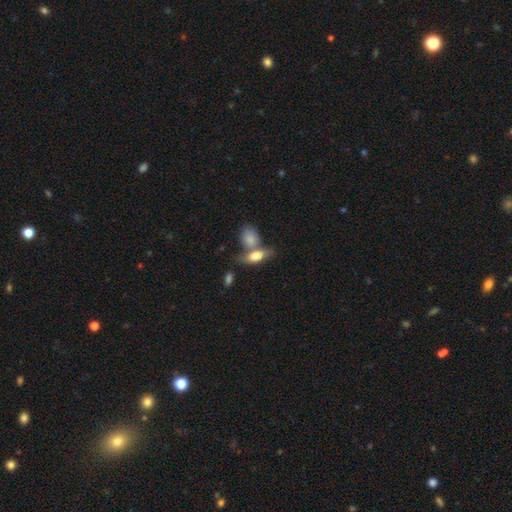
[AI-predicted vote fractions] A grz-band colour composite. It shows a smooth galaxy with no disk features (67%) that is in between round and cigar-shaped (72%). Merging: none (44%).